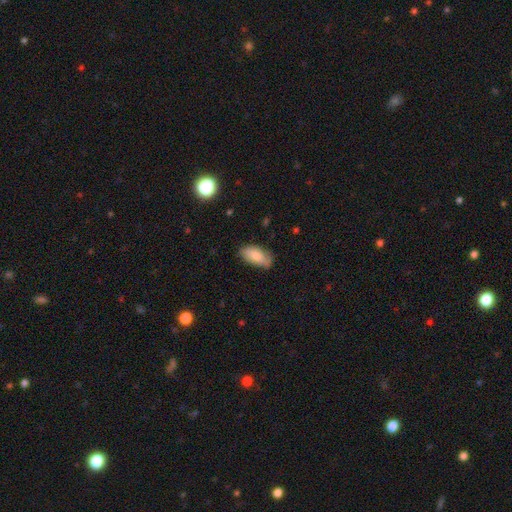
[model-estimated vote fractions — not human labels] Q: Smooth or featured?
A: smooth (82%); runner-up: featured or disk (12%)
Q: How rounded?
A: in between (91%); runner-up: cigar-shaped (6%)
Q: Merging?
A: none (75%); runner-up: minor disturbance (20%)